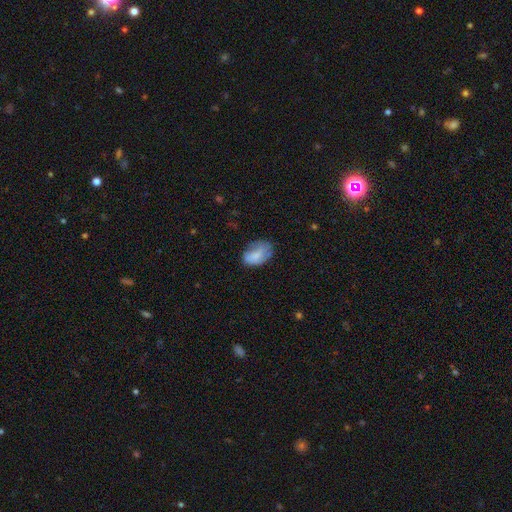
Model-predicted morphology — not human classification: Smooth or featured? Predicted: smooth (p=0.74). How rounded? Predicted: in between (p=0.87). Merging? Predicted: none (p=0.50).